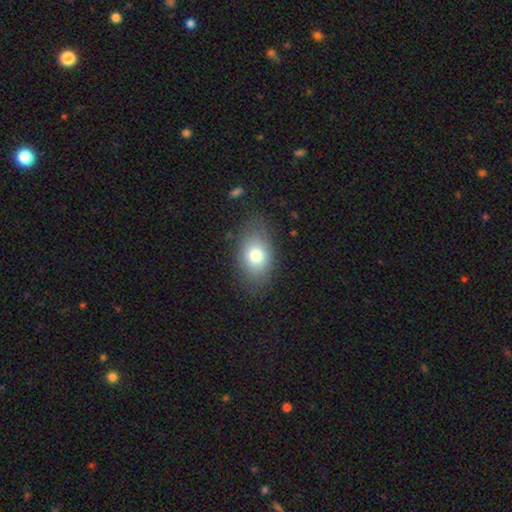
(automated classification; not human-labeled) smooth 75%, featured or disk 15%, star or artifact 10%. Down the decision tree: how rounded — in between (81%); merging — none (79%).